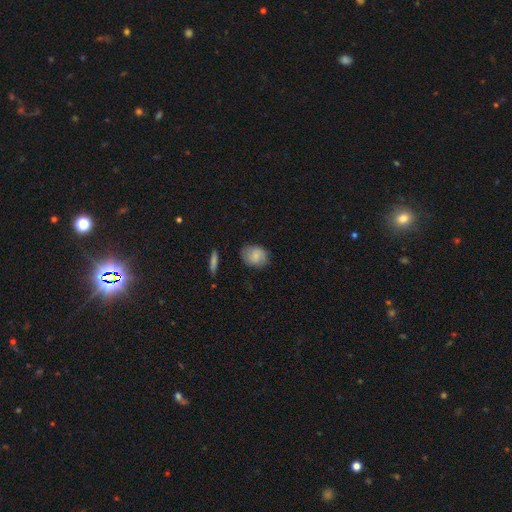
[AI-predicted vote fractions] Smooth or featured? smooth (76%)
How rounded? in between (49%, tied with round)
Merging? none (77%)